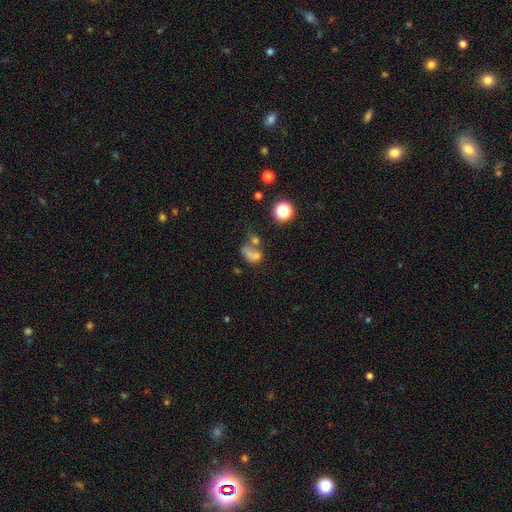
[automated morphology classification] The model was most divided on "how rounded": in between: 60%, round: 38%, cigar-shaped: 2%. Remaining: smooth or featured — smooth (60%); merging — merger (50%).